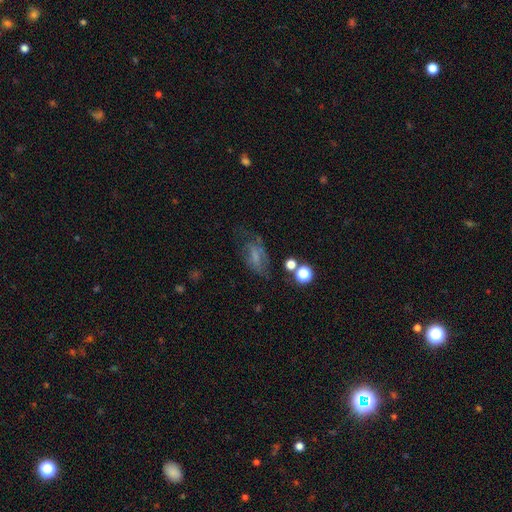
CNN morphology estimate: A featured or disk galaxy (46%).

Vote fractions:
- Smooth or featured? featured or disk: 46% / smooth: 38% / star or artifact: 16%
- Merging? none: 42% / major disturbance: 29% / minor disturbance: 23% / merger: 5%